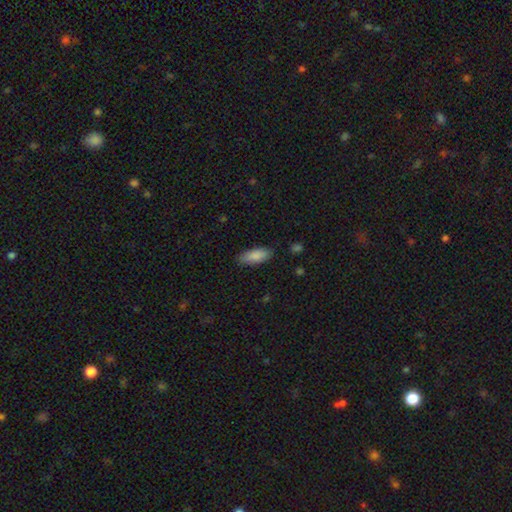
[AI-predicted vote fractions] Smooth or featured: smooth — 87% (featured or disk — 6%)
How rounded: in between — 76% (cigar-shaped — 23%)
Merging: none — 86% (minor disturbance — 11%)